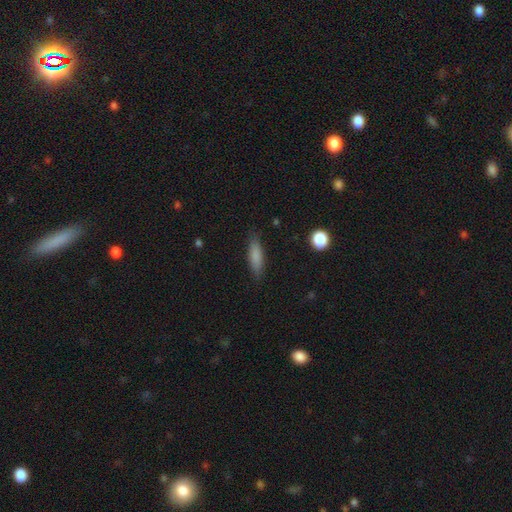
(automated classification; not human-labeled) smooth_or_featured: smooth (p=0.82) [alt: featured or disk p=0.10]
how_rounded: cigar-shaped (p=0.50) [alt: in between p=0.48]
merging: none (p=0.83) [alt: minor disturbance p=0.13]